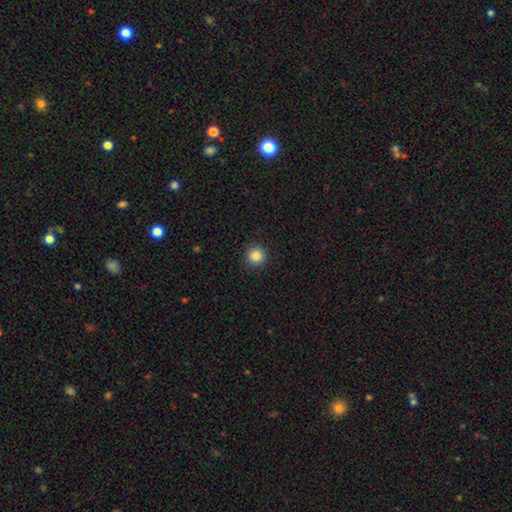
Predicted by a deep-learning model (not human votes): smooth-or-featured: smooth: 86% | star or artifact: 10% | featured or disk: 4%
  how-rounded: round: 95% | in between: 4% | cigar-shaped: 1%
  merging: none: 91% | minor disturbance: 6% | major disturbance: 2% | merger: 1%